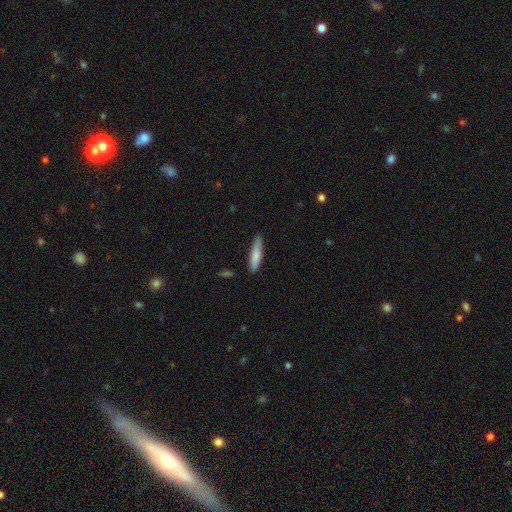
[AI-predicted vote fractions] Overall: smooth (79%). How rounded: cigar-shaped (82%). Merging: none (86%).